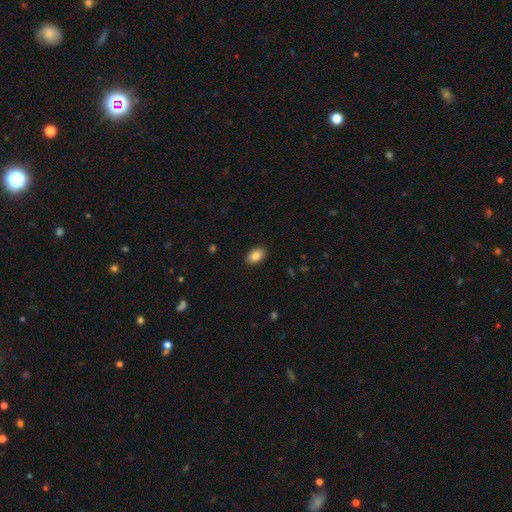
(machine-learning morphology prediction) type=smooth (85%); roundness=in between (88%); merging=none (90%).